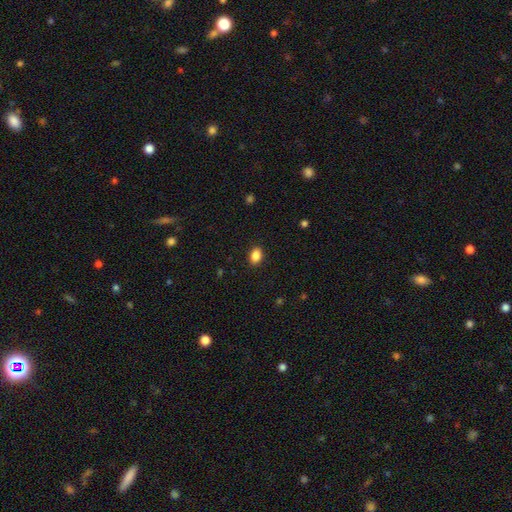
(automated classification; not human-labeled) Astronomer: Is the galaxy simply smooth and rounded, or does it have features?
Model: smooth — 87%.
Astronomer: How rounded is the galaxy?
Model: in between — 77%.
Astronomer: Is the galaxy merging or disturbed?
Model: none — 89%.